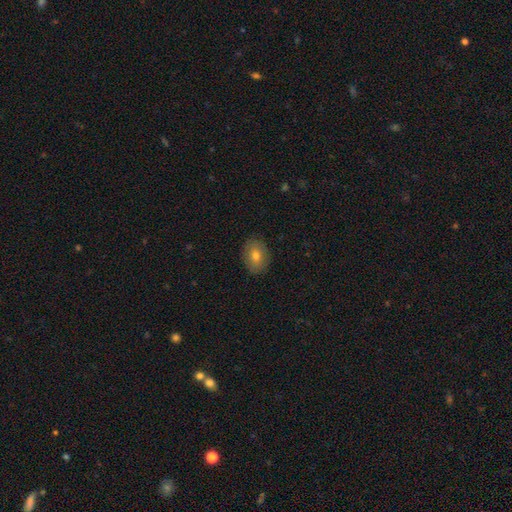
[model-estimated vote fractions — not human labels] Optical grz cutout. It shows a smooth galaxy with no disk features (74%) that is in between round and cigar-shaped (68%). Merging: none (88%).